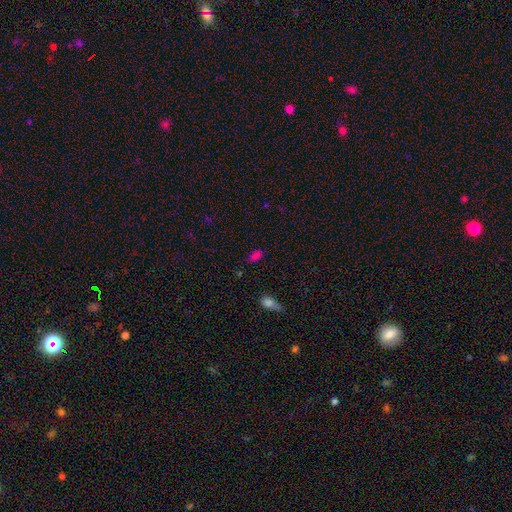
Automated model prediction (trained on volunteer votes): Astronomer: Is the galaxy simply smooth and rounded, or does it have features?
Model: smooth — 73%.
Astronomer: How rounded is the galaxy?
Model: in between — 88%.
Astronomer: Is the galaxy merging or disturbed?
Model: none — 75%.